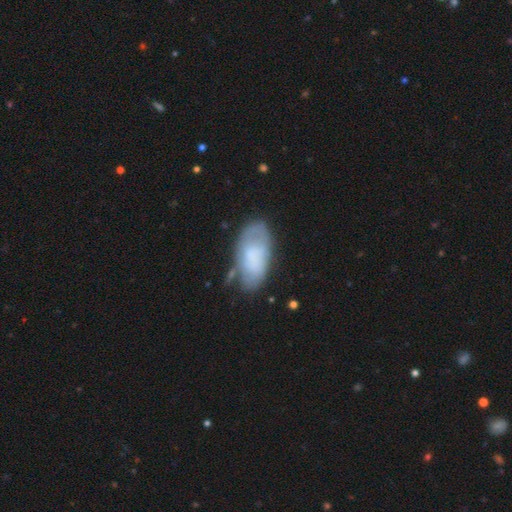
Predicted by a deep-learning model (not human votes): Morphology: type=smooth (57%); roundness=in between (92%); merging=none (60%).